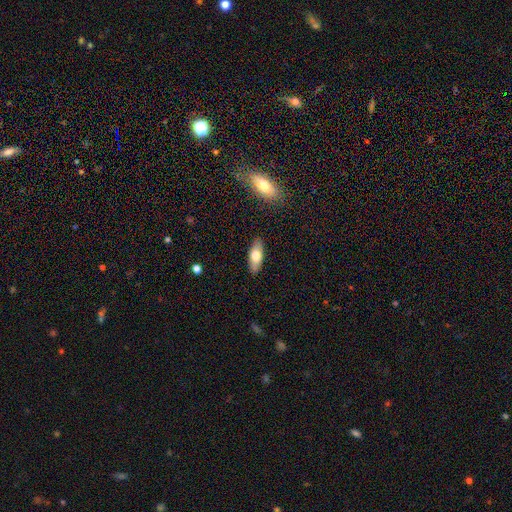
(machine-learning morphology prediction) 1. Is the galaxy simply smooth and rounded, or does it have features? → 68% smooth, 26% featured or disk, 6% star or artifact.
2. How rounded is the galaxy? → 75% in between, 22% cigar-shaped, 3% round.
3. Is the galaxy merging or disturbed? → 88% none, 9% minor disturbance, 2% major disturbance, 1% merger.